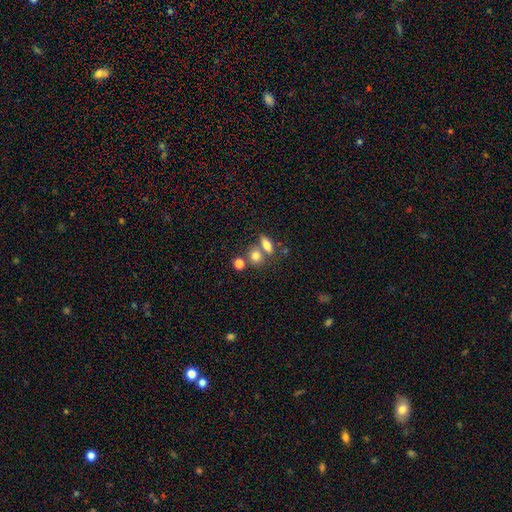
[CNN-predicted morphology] smooth-or-featured: smooth: 77% | star or artifact: 12% | featured or disk: 11%
  how-rounded: round: 58% | in between: 38% | cigar-shaped: 4%
  merging: none: 50% | merger: 36% | minor disturbance: 10% | major disturbance: 4%